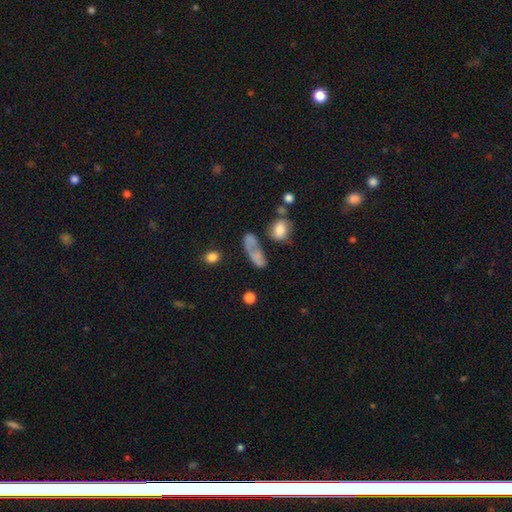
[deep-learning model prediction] A smooth galaxy with no disk features (64%) that is in between round and cigar-shaped (66%). Merging: none (30%).